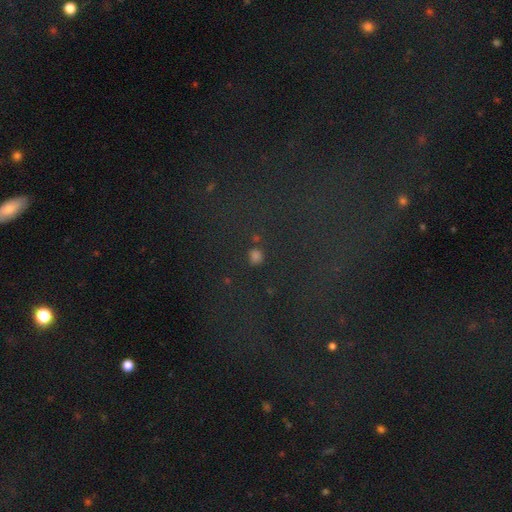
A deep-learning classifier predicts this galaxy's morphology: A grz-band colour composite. It shows a smooth galaxy with no disk features (64%) that is round (70%). Merging: none (79%).